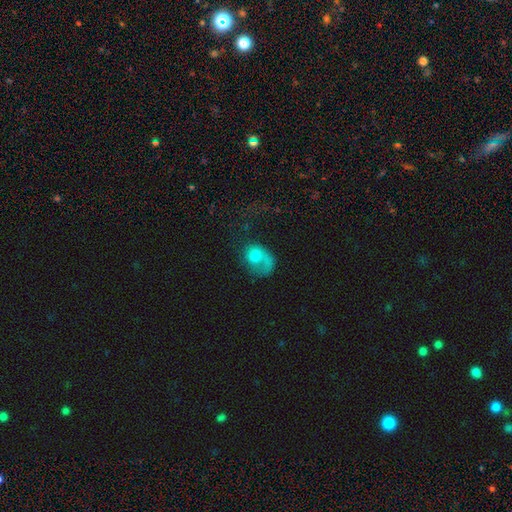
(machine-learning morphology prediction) smooth 52%, featured or disk 39%, star or artifact 9%. Down the decision tree: how rounded — in between (55%); merging — major disturbance (47%).